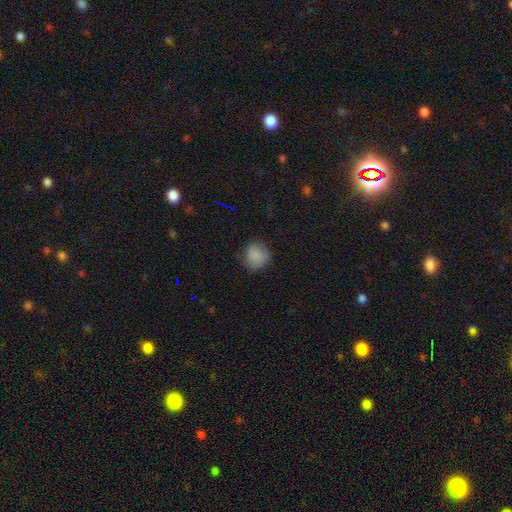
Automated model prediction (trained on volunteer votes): smooth-or-featured: smooth: 85% | star or artifact: 9% | featured or disk: 5%
  how-rounded: round: 83% | in between: 16% | cigar-shaped: 1%
  merging: none: 78% | minor disturbance: 17% | major disturbance: 4% | merger: 1%